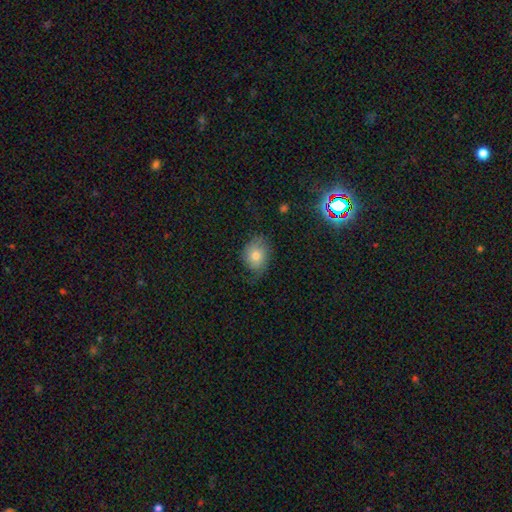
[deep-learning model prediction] Smooth or featured? Predicted: smooth (p=0.64). How rounded? Predicted: in between (p=0.50). Merging? Predicted: none (p=0.56).